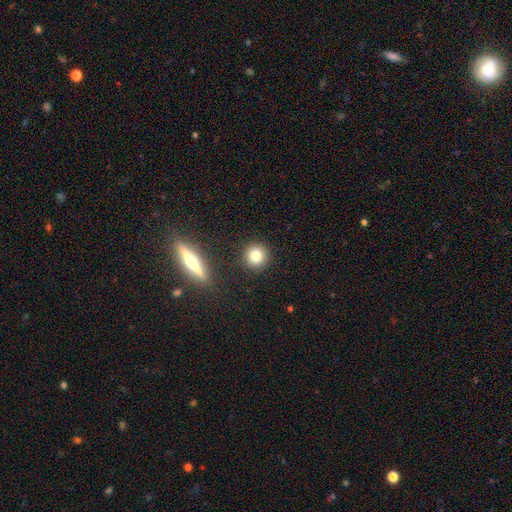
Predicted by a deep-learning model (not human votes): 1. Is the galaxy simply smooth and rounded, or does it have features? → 80% smooth, 10% featured or disk, 10% star or artifact.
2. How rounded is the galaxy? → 91% round, 7% in between, 2% cigar-shaped.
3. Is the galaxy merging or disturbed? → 90% none, 6% minor disturbance, 2% merger, 2% major disturbance.